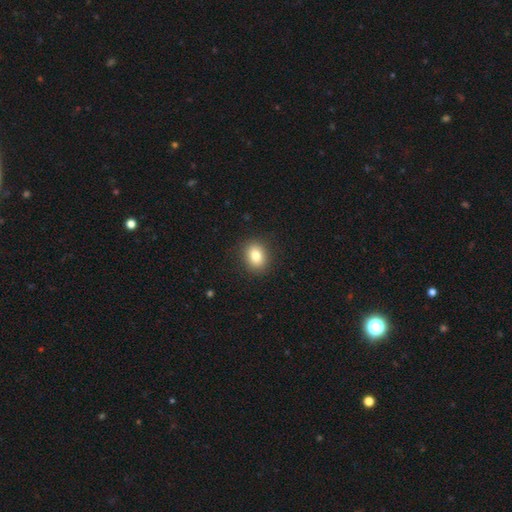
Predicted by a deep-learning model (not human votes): Morphology: type=smooth (81%); roundness=round (52%); merging=none (89%).